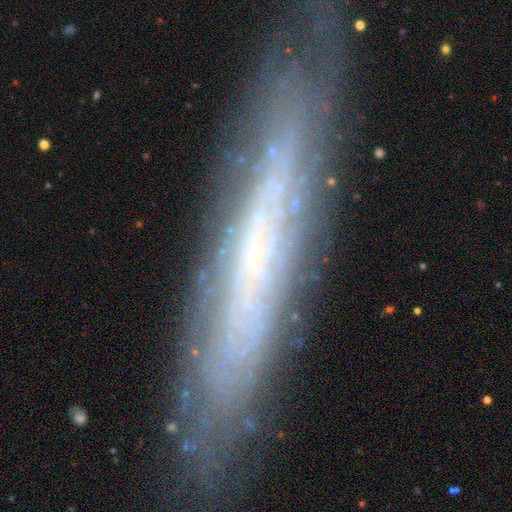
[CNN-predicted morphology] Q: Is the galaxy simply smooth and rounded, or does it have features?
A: featured or disk — 66%.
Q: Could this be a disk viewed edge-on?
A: yes — 67%.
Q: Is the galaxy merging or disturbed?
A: none — 80%.